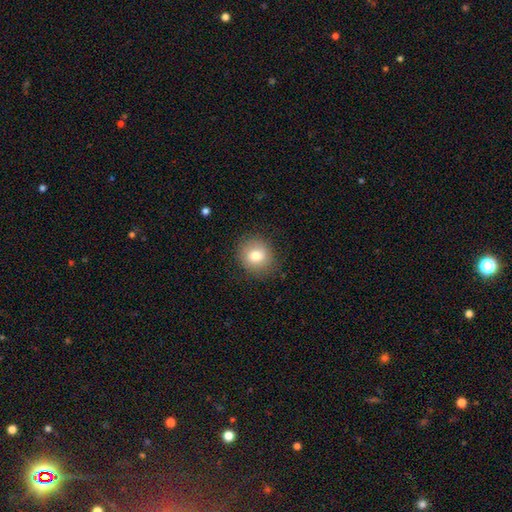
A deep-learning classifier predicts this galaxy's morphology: The model was most divided on "smooth or featured": smooth: 77%, featured or disk: 13%, star or artifact: 10%. More confident: merging — none (84%); how rounded — round (83%).